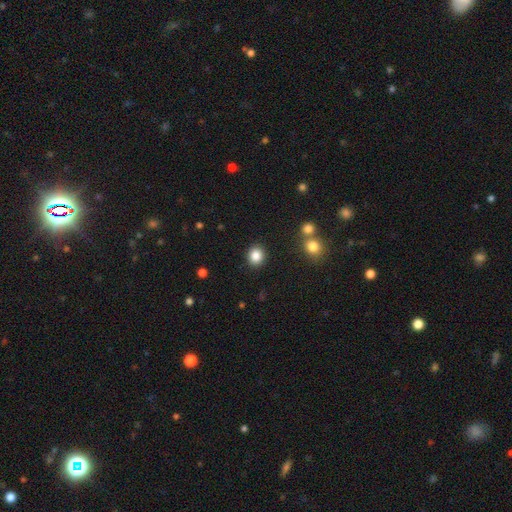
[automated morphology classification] A smooth galaxy with no disk features (85%) that is round (72%).

Vote fractions:
- Smooth or featured? smooth: 85% / star or artifact: 10% / featured or disk: 5%
- How rounded? round: 72% / in between: 27% / cigar-shaped: 1%
- Merging? none: 89% / minor disturbance: 6% / merger: 2% / major disturbance: 2%